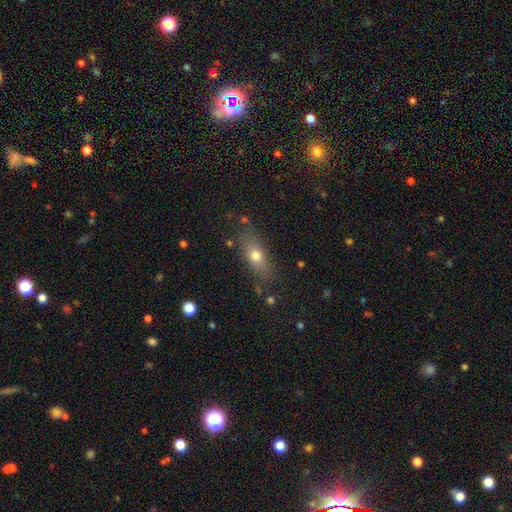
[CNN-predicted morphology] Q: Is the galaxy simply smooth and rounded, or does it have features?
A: smooth — 69%.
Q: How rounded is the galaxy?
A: in between — 64%.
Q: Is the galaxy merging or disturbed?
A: none — 78%.